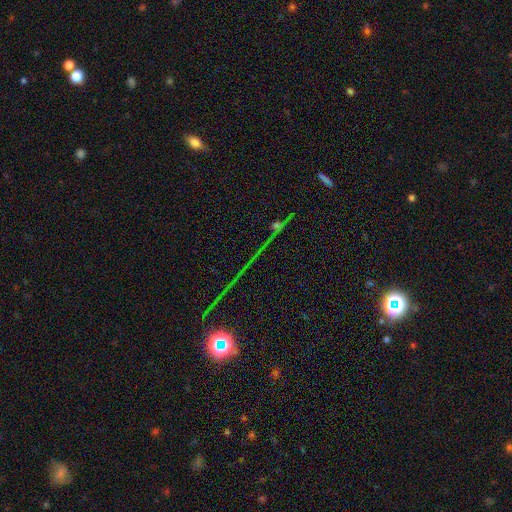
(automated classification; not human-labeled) A star or artifact, not a galaxy (73%).

Vote fractions:
- Smooth or featured? star or artifact: 73% / smooth: 14% / featured or disk: 13%